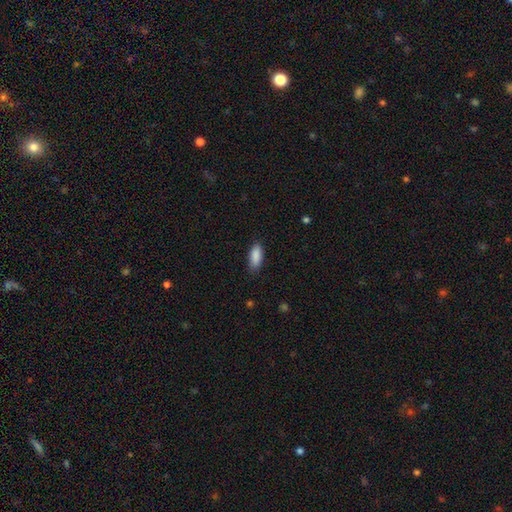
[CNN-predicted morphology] smooth-or-featured: smooth: 89% | star or artifact: 7% | featured or disk: 4%
  how-rounded: in between: 80% | cigar-shaped: 18% | round: 2%
  merging: none: 82% | minor disturbance: 15% | major disturbance: 3% | merger: 1%